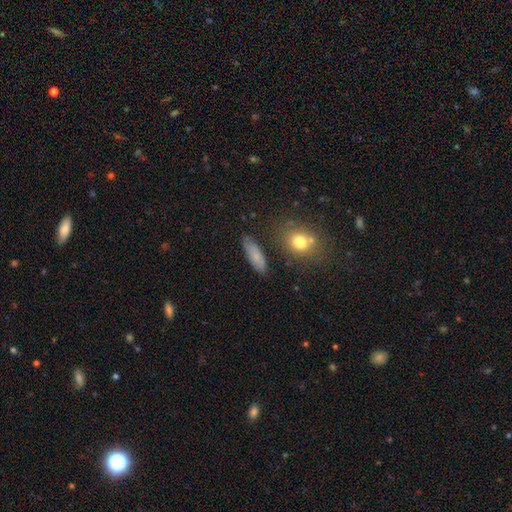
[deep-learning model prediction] smooth_or_featured: smooth (p=0.72) [alt: featured or disk p=0.18]
how_rounded: in between (p=0.54) [alt: cigar-shaped p=0.42]
merging: none (p=0.80) [alt: minor disturbance p=0.14]